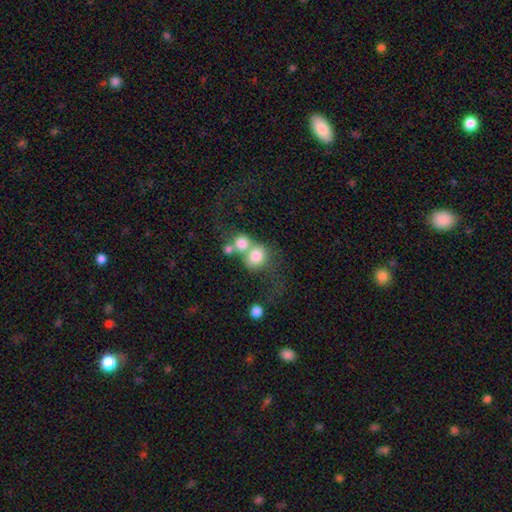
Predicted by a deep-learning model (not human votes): Overall: smooth (75%). How rounded: round (73%). Merging: merger (58%; none 26%).